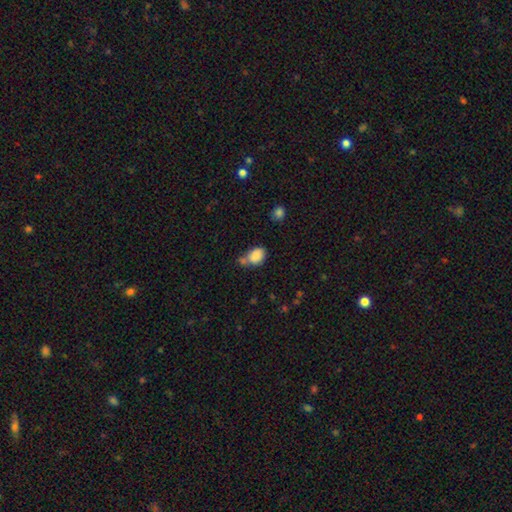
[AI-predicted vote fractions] Smooth or featured?
  - smooth: 85% *
  - star or artifact: 9%
  - featured or disk: 6%
How rounded?
  - in between: 72% *
  - round: 27%
  - cigar-shaped: 1%
Merging?
  - none: 42% *
  - merger: 32%
  - minor disturbance: 19%
  - major disturbance: 7%